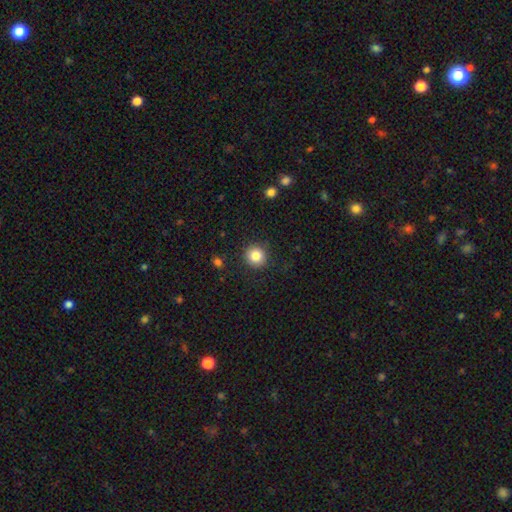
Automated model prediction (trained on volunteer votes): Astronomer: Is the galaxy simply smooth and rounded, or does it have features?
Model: smooth — 84%.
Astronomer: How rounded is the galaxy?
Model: round — 93%.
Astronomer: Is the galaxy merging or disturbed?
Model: none — 89%.